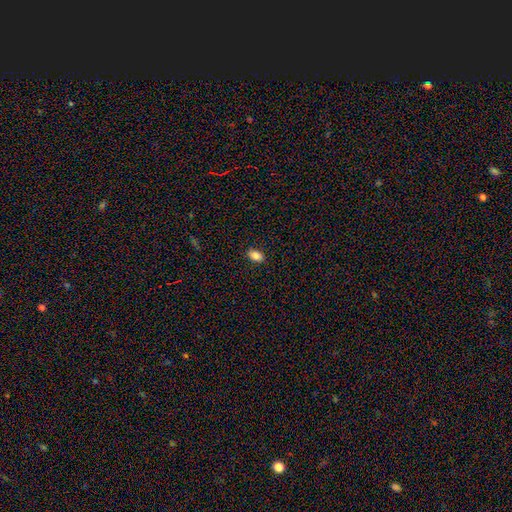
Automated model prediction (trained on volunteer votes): A smooth galaxy with no disk features (84%) that is in between round and cigar-shaped (89%).

Vote fractions:
- Smooth or featured? smooth: 84% / star or artifact: 9% / featured or disk: 7%
- How rounded? in between: 89% / round: 8% / cigar-shaped: 3%
- Merging? none: 88% / minor disturbance: 9% / major disturbance: 2% / merger: 1%